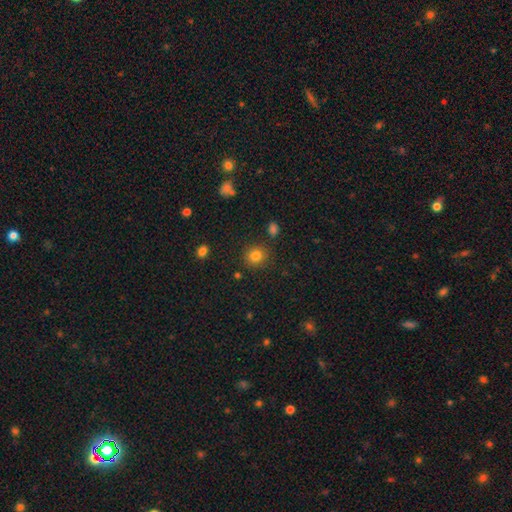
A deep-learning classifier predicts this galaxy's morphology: type=smooth (82%); roundness=round (85%); merging=none (85%).